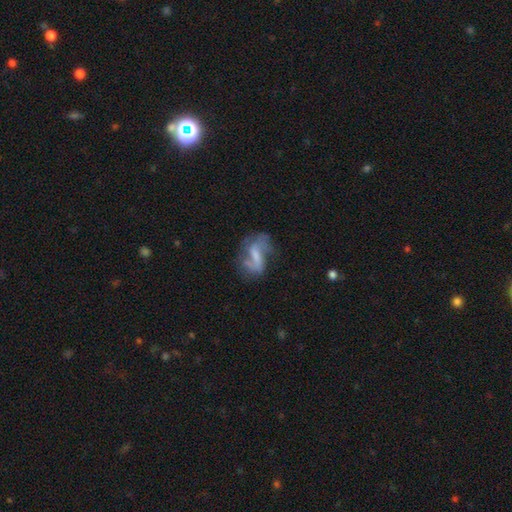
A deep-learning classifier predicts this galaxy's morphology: Overall: featured or disk (64%; smooth 27%). Edge-on disk: no (95%). Bar: weak (41%; strong 33%). Spiral arms: yes (74%). Bulge size: none (37%; small 29%). Merging: none (44%; major disturbance 28%).